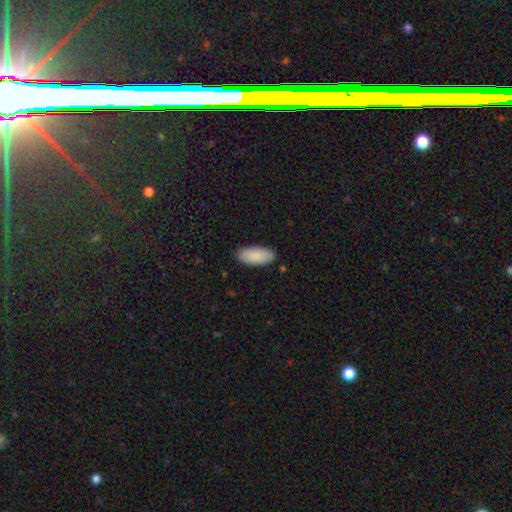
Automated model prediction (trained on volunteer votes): Smooth or featured? smooth (90%)
How rounded? in between (90%)
Merging? none (88%)